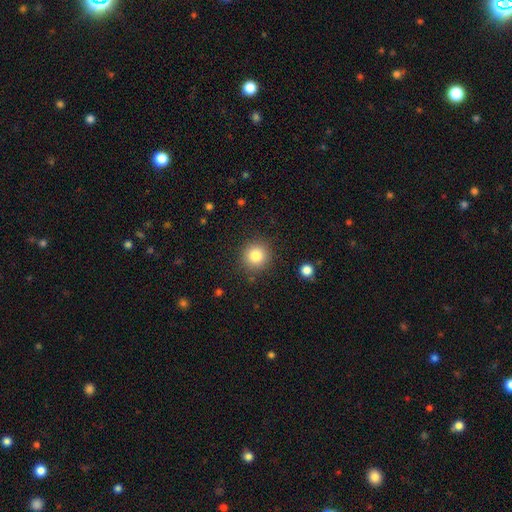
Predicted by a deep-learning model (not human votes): Overall: smooth (83%). How rounded: round (93%). Merging: none (88%).